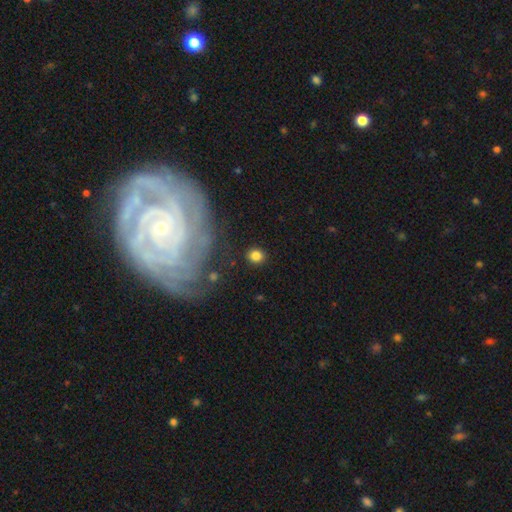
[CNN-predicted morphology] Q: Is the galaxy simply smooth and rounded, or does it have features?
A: smooth — 83%.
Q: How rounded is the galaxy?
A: round — 79%.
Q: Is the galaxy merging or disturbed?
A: none — 87%.